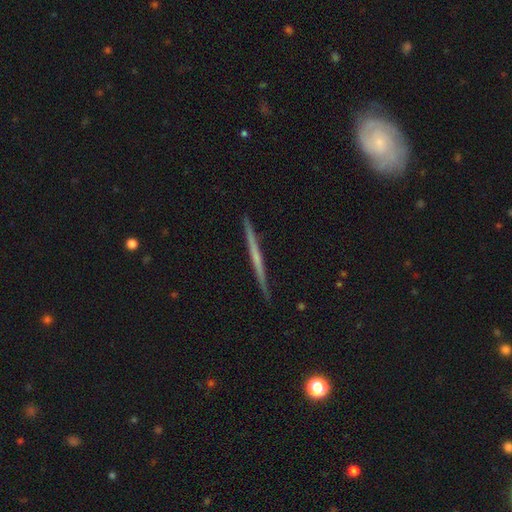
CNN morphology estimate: type=featured or disk (65%); edge-on=yes (98%); edge-on bulge=none (84%); merging=none (92%).